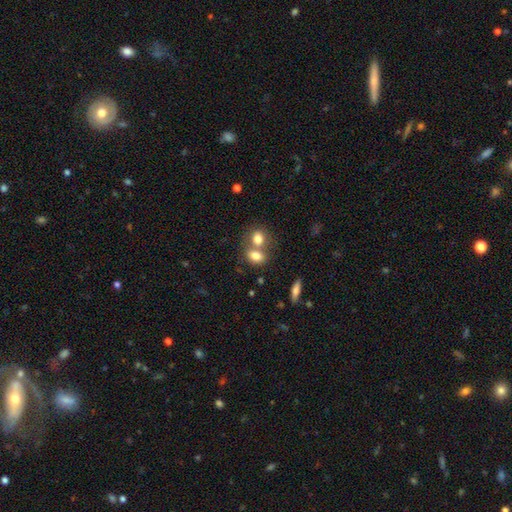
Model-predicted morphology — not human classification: This is likely a smooth galaxy (78%). How rounded: likely in between (66%). Merging: possibly merger (55%).